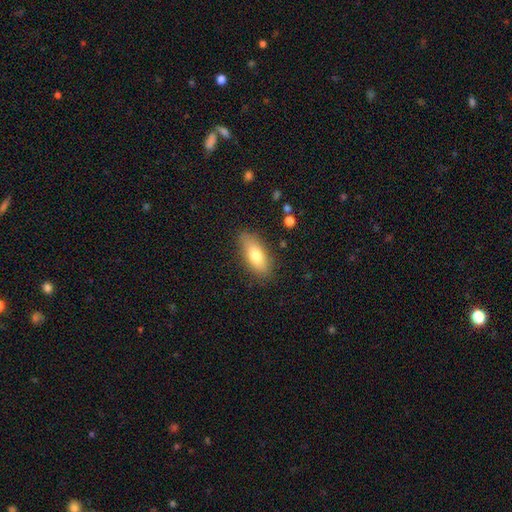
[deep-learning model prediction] This appears to be a smooth galaxy with no disk features (74%) that is in between round and cigar-shaped (75%). Merging: none (83%).